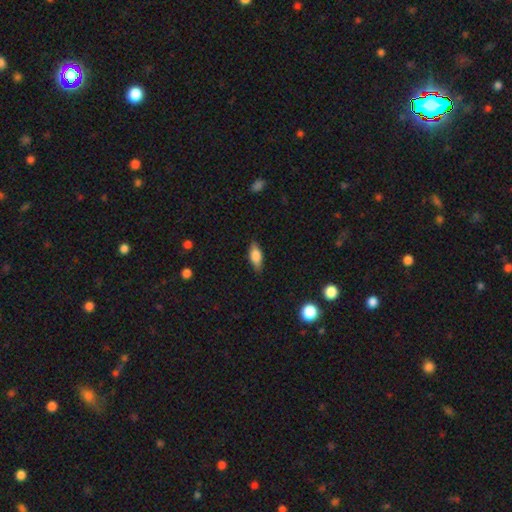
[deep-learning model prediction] Overall: smooth (74%). How rounded: in between (78%). Merging: none (83%).